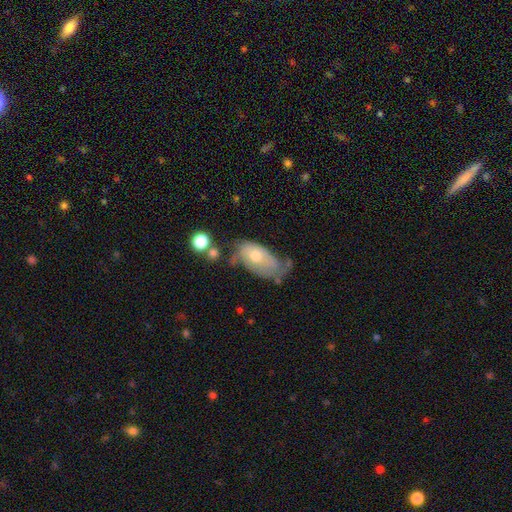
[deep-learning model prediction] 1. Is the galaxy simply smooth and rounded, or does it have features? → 51% smooth, 41% featured or disk, 7% star or artifact.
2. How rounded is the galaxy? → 91% in between, 5% round, 4% cigar-shaped.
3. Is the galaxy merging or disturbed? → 34% minor disturbance, 29% none, 27% major disturbance, 9% merger.